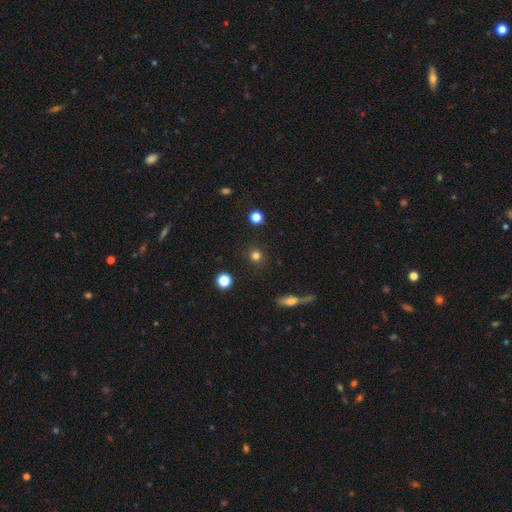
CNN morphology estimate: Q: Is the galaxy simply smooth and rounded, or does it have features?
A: smooth — 80%.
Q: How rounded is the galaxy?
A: round — 93%.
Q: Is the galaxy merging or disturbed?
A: none — 90%.